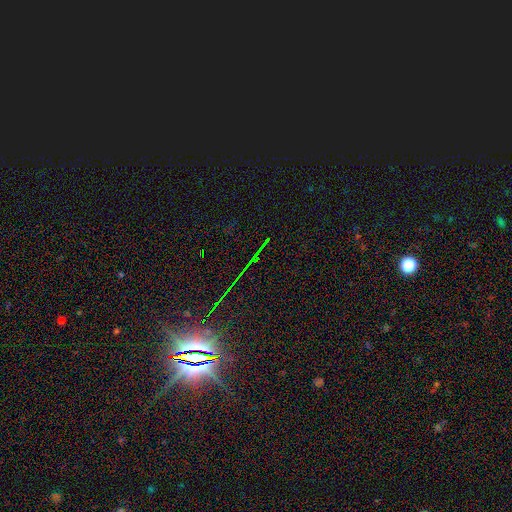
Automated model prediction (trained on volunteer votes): This is likely a star or artifact rather than a galaxy (79%).